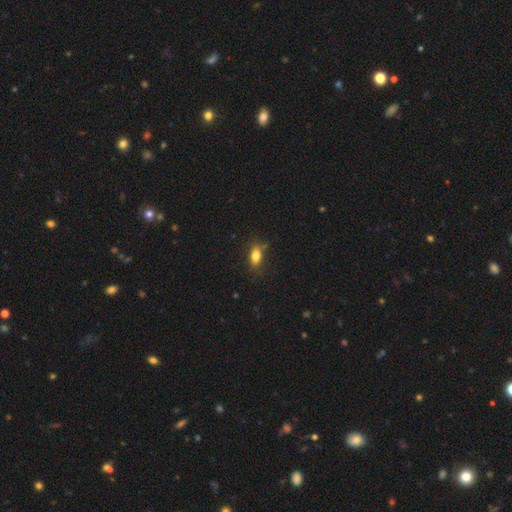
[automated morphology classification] A smooth galaxy with no disk features (83%) that is in between round and cigar-shaped (85%).

Vote fractions:
- Smooth or featured? smooth: 83% / star or artifact: 9% / featured or disk: 9%
- How rounded? in between: 85% / cigar-shaped: 8% / round: 7%
- Merging? none: 77% / minor disturbance: 17% / major disturbance: 4% / merger: 2%